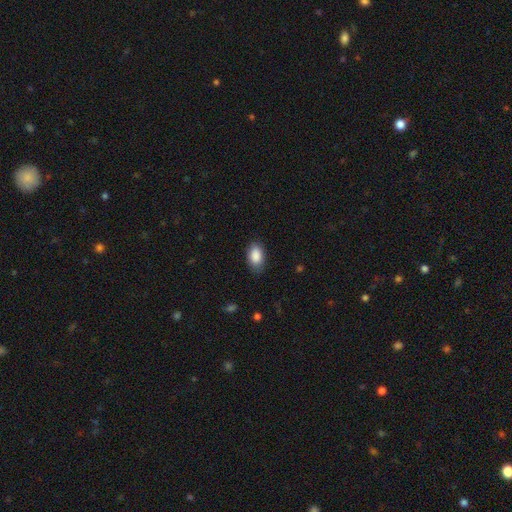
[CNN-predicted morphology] Smooth or featured? smooth (89%)
How rounded? in between (92%)
Merging? none (80%)